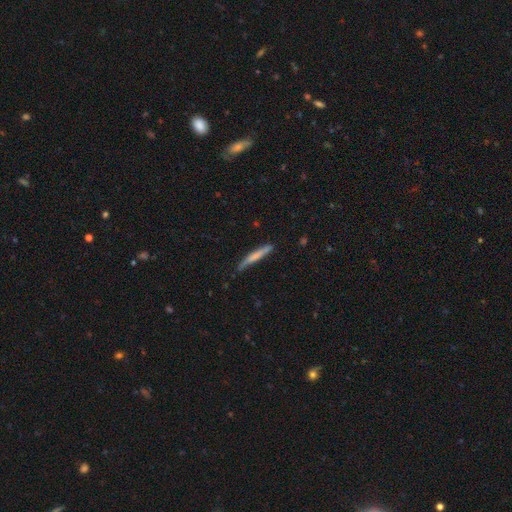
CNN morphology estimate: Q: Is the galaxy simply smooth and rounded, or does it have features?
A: smooth — 63%.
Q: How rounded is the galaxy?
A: cigar-shaped — 95%.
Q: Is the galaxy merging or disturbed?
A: none — 76%.